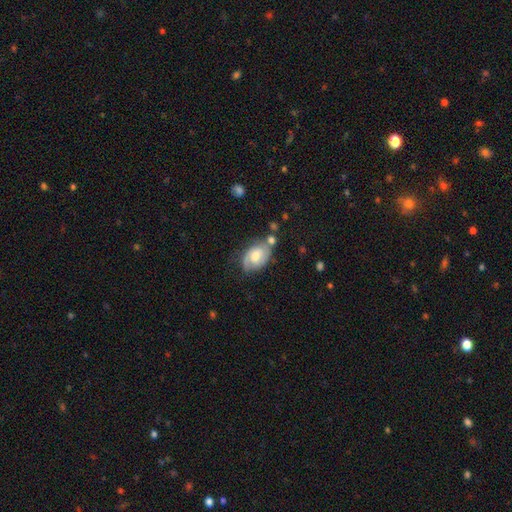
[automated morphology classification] Smooth or featured? featured or disk (60%)
Edge-on disk? no (95%)
Bar? no (56%)
Spiral arms? yes (83%)
Bulge size? moderate (66%)
Merging? none (56%)